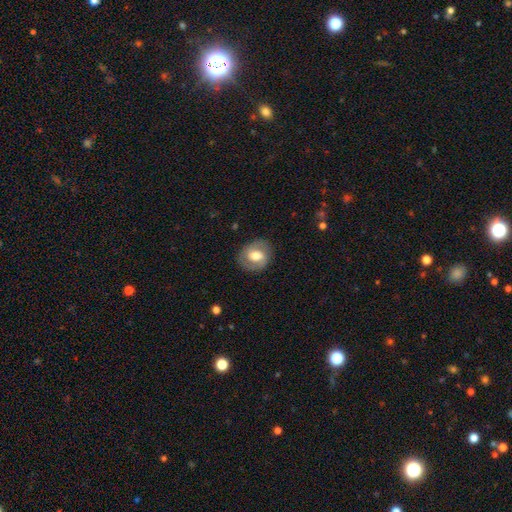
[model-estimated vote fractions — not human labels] Smooth or featured?
  - smooth: 47% *
  - featured or disk: 45%
  - star or artifact: 7%
Merging?
  - none: 82% *
  - minor disturbance: 12%
  - major disturbance: 5%
  - merger: 1%